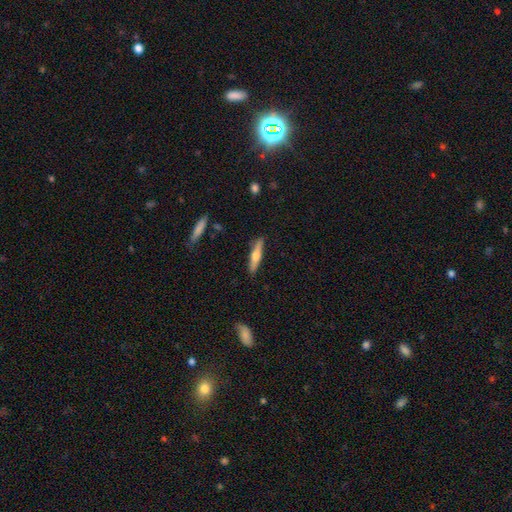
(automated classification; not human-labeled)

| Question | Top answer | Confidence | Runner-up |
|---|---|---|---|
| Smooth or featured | smooth | 47% | tied: featured or disk (47%) |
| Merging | none | 89% | minor disturbance (8%) |